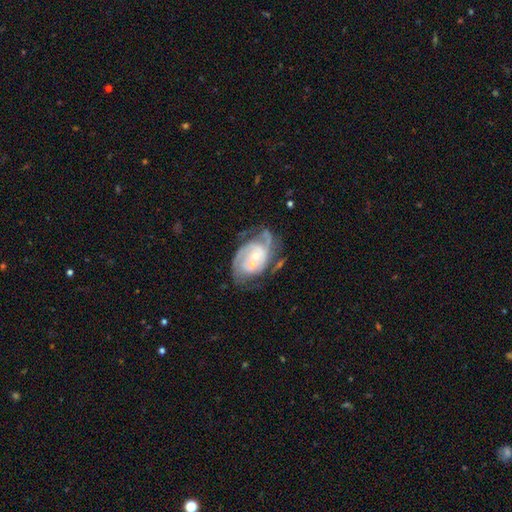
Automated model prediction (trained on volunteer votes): This is clearly a featured or disk galaxy (82%). It is clearly not viewed edge-on (97%). Bar: likely no (70%). Spiral arm pattern: clearly yes (90%). Spiral arm count: marginally 2 (37%). Spiral winding: possibly tight (50%). Central bulge: possibly small (52%). Merging: marginally none (36%).